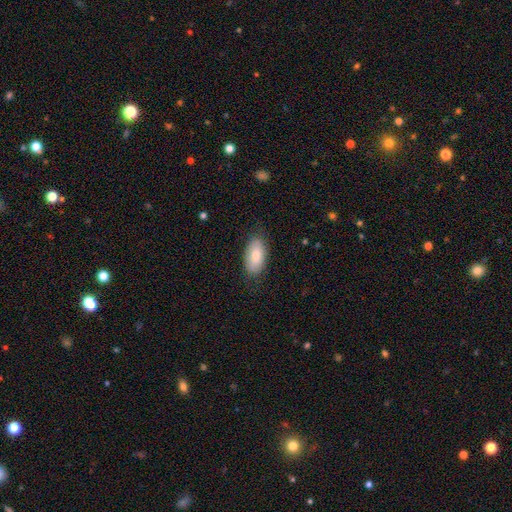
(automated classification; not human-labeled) smooth_or_featured: smooth (p=0.81) [alt: featured or disk p=0.13]
how_rounded: in between (p=0.93) [alt: cigar-shaped p=0.04]
merging: none (p=0.77) [alt: minor disturbance p=0.18]